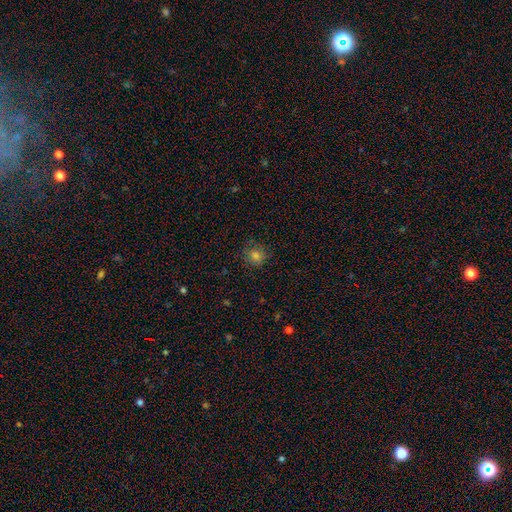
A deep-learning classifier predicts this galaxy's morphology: A smooth galaxy with no disk features (77%) that is round (89%).

Vote fractions:
- Smooth or featured? smooth: 77% / star or artifact: 16% / featured or disk: 7%
- How rounded? round: 89% / in between: 10% / cigar-shaped: 1%
- Merging? none: 84% / minor disturbance: 12% / major disturbance: 3% / merger: 1%